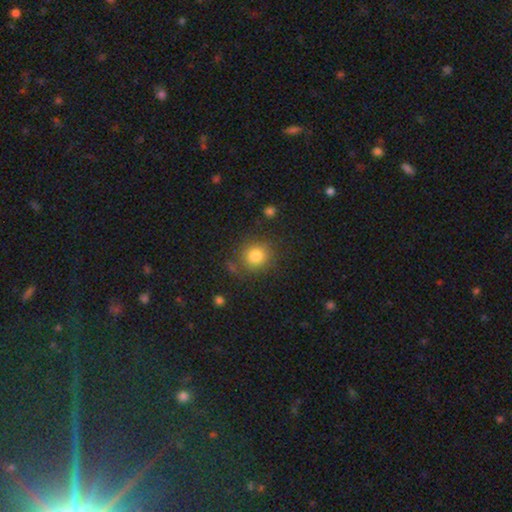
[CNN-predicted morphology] This is clearly a smooth galaxy (81%). How rounded: clearly round (85%). Merging: clearly none (80%).